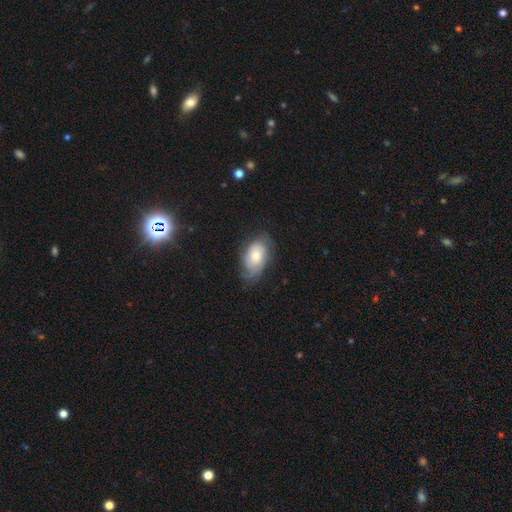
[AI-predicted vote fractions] Smooth or featured? featured or disk (52%)
Edge-on disk? no (94%)
Merging? none (59%)